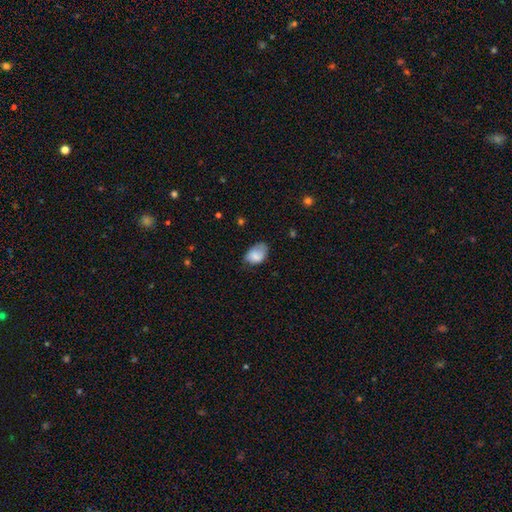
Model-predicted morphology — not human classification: This appears to be a smooth galaxy with no disk features (80%) that is in between round and cigar-shaped (84%). Merging: none (48%).